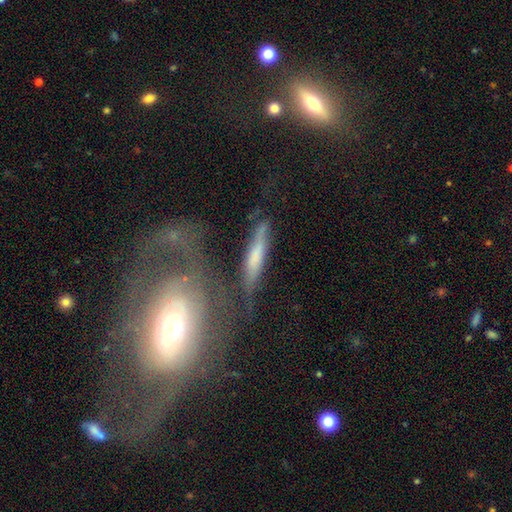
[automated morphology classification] type=smooth (54%); roundness=cigar-shaped (88%); merging=none (59%).